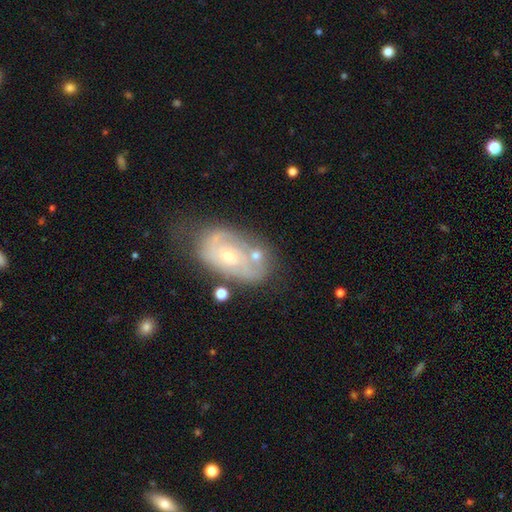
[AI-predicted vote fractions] Smooth or featured? Predicted: featured or disk (p=0.67). Edge-on disk? Predicted: no (p=0.96). Bar? Predicted: no (p=0.73). Spiral arms? Predicted: yes (p=0.77). Bulge size? Predicted: small (p=0.63). Merging? Predicted: none (p=0.52).